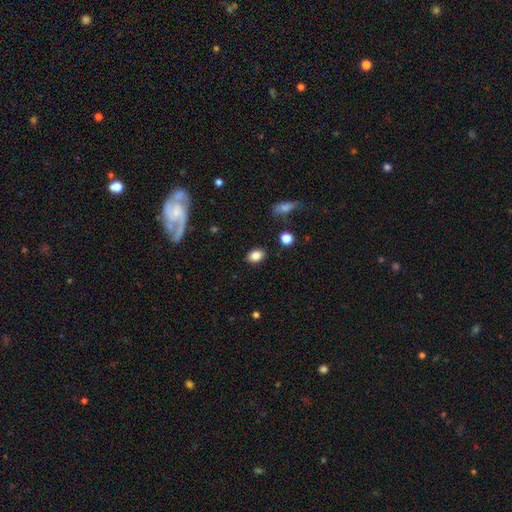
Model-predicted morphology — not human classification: smooth 84%, star or artifact 9%, featured or disk 6%. Down the decision tree: how rounded — in between (74%); merging — none (87%).